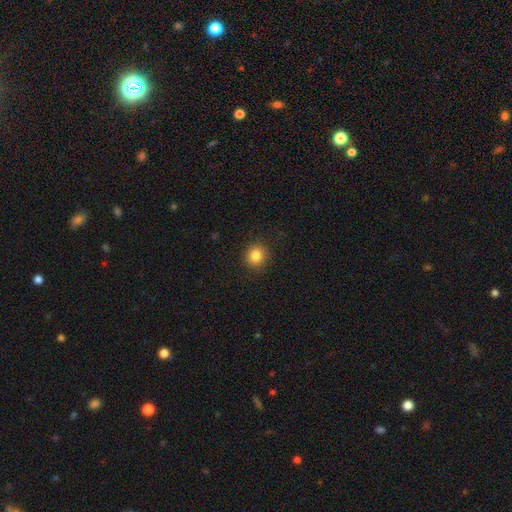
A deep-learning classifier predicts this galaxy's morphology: Q: Smooth or featured?
A: smooth (84%); runner-up: star or artifact (11%)
Q: How rounded?
A: round (88%); runner-up: in between (11%)
Q: Merging?
A: none (91%); runner-up: minor disturbance (6%)